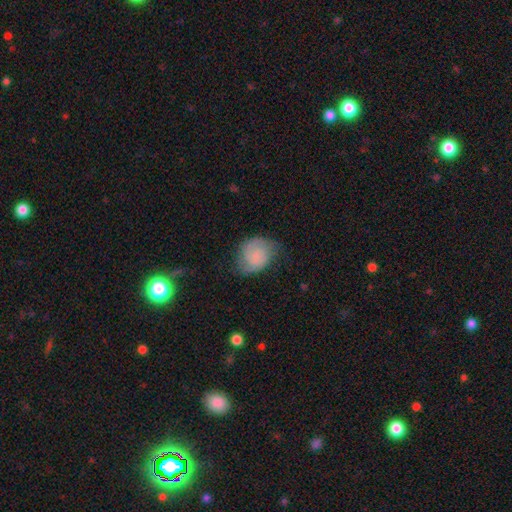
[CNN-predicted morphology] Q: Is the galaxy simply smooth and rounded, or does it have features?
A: featured or disk — 50%.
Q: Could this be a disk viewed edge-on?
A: no — 98%.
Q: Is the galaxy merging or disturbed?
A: none — 58%.